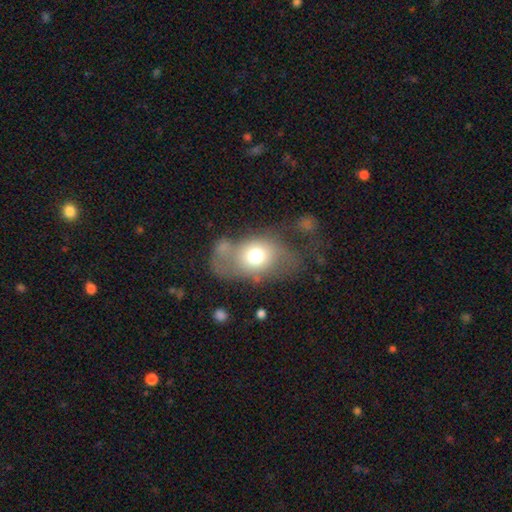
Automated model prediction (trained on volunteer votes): Q: Smooth or featured?
A: smooth (62%); runner-up: featured or disk (28%)
Q: How rounded?
A: in between (62%); runner-up: round (36%)
Q: Merging?
A: major disturbance (39%); runner-up: none (29%)